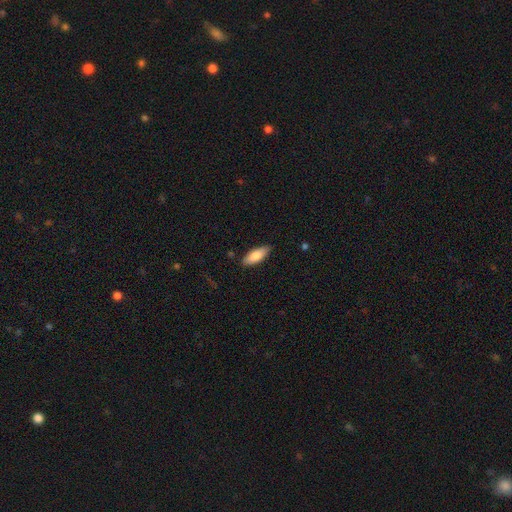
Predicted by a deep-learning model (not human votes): Smooth or featured? Predicted: smooth (p=0.83). How rounded? Predicted: in between (p=0.70). Merging? Predicted: none (p=0.87).